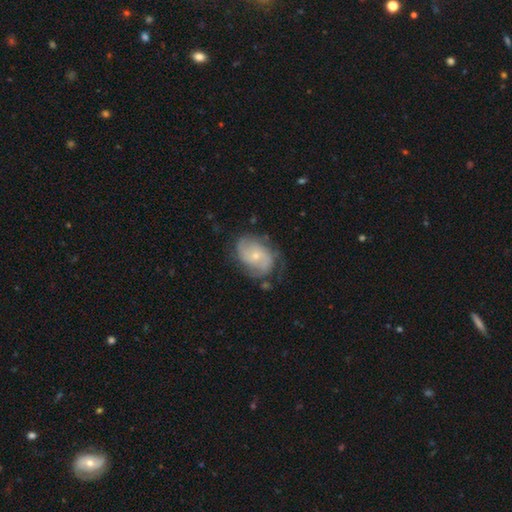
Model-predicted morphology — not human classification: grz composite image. It shows a featured or disk galaxy (74%) with no bar (69%), 2 (54%) medium (42%) spiral arms (90%) and a small central bulge (67%). Merging: none (62%).